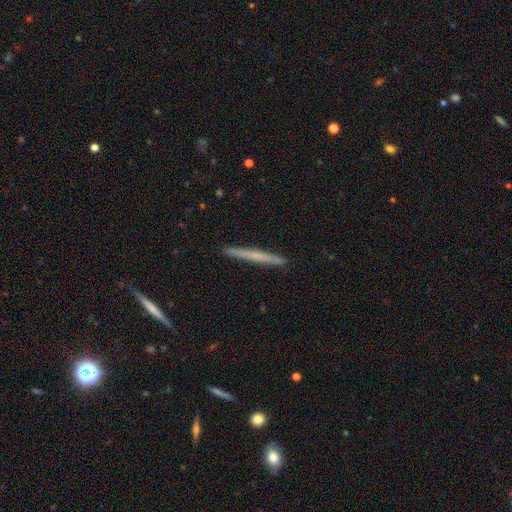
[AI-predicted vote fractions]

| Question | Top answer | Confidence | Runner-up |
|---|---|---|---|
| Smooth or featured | smooth | 50% | featured or disk (44%) |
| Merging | none | 92% | minor disturbance (6%) |